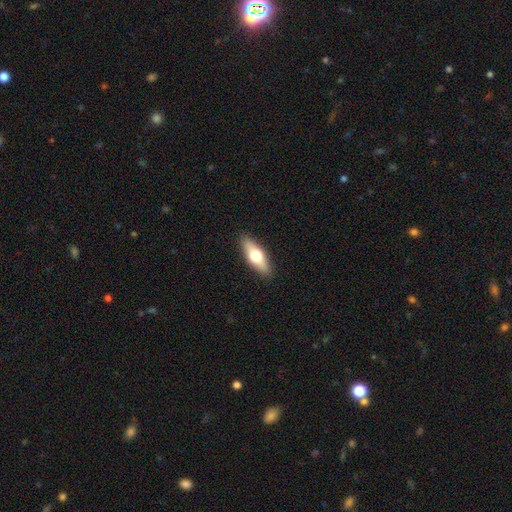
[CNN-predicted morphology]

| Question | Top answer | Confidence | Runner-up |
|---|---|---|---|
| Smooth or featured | smooth | 53% | featured or disk (41%) |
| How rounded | in between | 59% | cigar-shaped (38%) |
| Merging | none | 89% | minor disturbance (8%) |